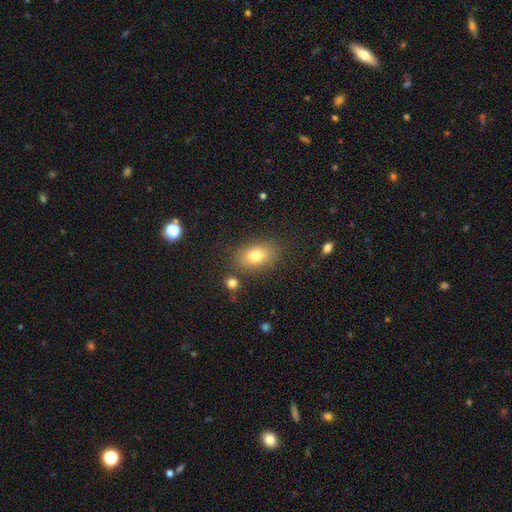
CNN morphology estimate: smooth_or_featured: smooth (p=0.79) [alt: featured or disk p=0.11]
how_rounded: in between (p=0.85) [alt: round p=0.14]
merging: none (p=0.82) [alt: minor disturbance p=0.11]